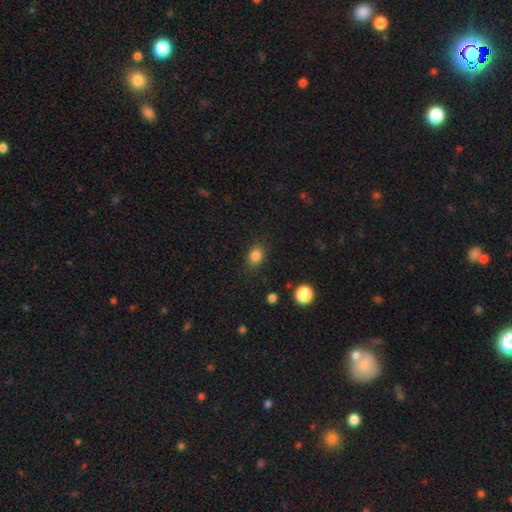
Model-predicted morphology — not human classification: This appears to be a smooth galaxy with no disk features (84%) that is in between round and cigar-shaped (56%). Merging: none (83%).